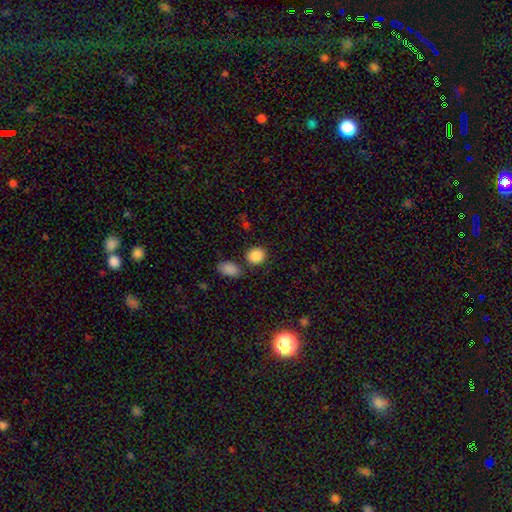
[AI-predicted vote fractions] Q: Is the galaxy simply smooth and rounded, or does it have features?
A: smooth — 87%.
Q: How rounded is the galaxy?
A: round — 71%.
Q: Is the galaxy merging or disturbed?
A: none — 78%.